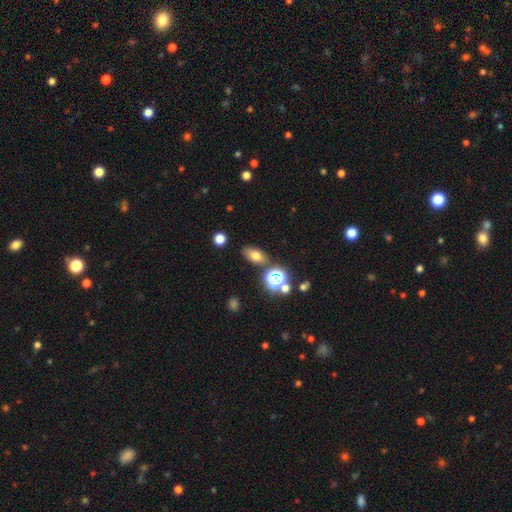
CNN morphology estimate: A smooth galaxy with no disk features (71%) that is in between round and cigar-shaped (81%). Merging: none (79%).